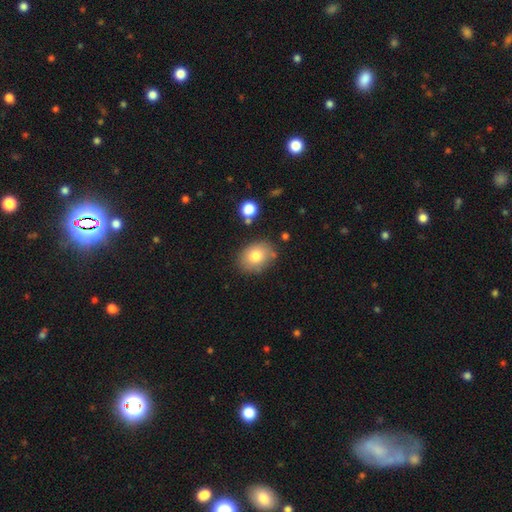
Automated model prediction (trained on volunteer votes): smooth-or-featured: smooth: 78% | featured or disk: 13% | star or artifact: 9%
  how-rounded: in between: 64% | round: 35% | cigar-shaped: 1%
  merging: none: 78% | minor disturbance: 14% | merger: 4% | major disturbance: 3%